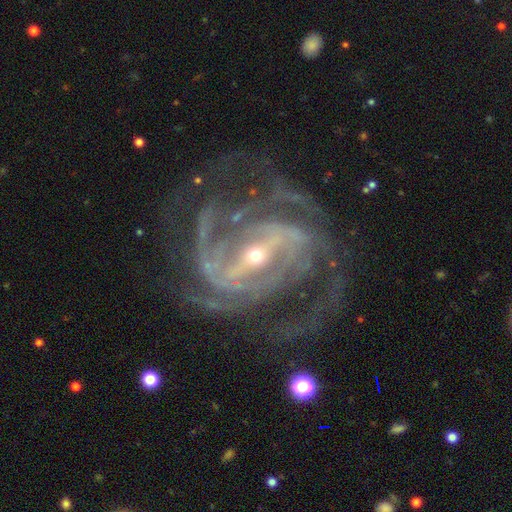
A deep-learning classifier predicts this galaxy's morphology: featured or disk 92%, star or artifact 5%, smooth 3%. Down the decision tree: edge-on disk — no (97%); bar — strong (64%); spiral arms — yes (98%); spiral arm count — 2 (30%); spiral winding — medium (48%); bulge size — small (73%); merging — none (63%).